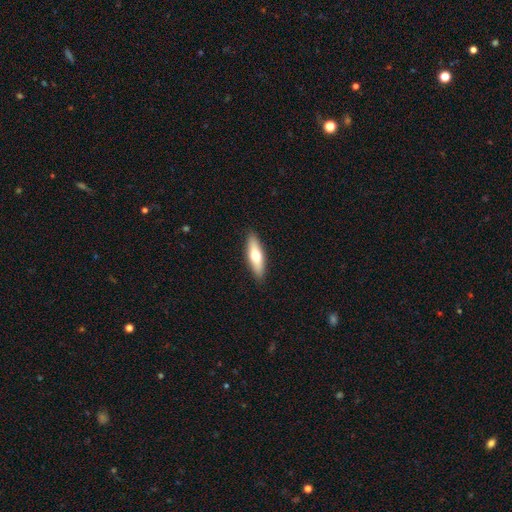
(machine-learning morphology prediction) type=smooth (61%); roundness=cigar-shaped (56%); merging=none (90%).